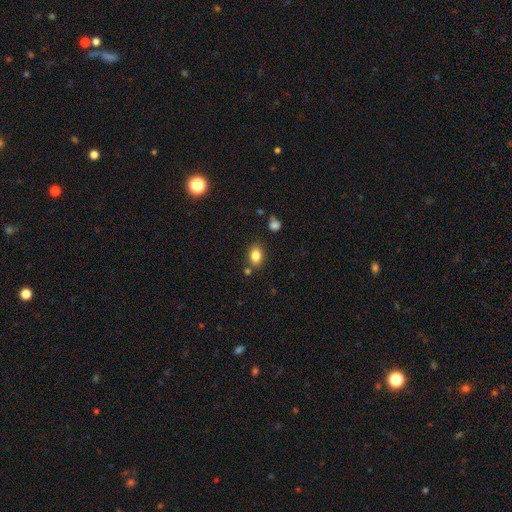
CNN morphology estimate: This is clearly a smooth galaxy (83%). How rounded: likely in between (70%). Merging: likely none (77%).